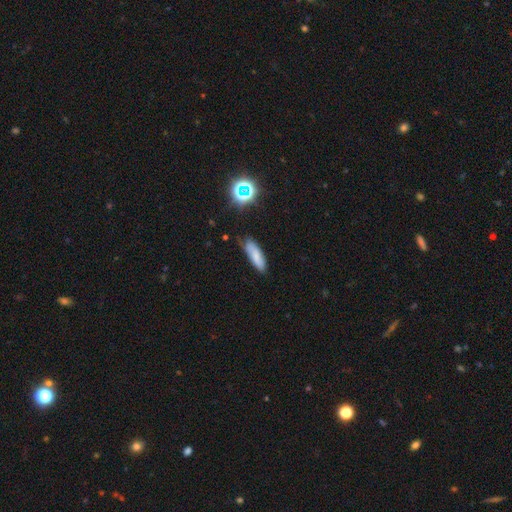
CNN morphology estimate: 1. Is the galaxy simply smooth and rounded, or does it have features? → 76% smooth, 14% featured or disk, 10% star or artifact.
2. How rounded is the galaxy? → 55% in between, 43% cigar-shaped, 2% round.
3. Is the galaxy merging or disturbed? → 69% none, 23% minor disturbance, 5% major disturbance, 3% merger.